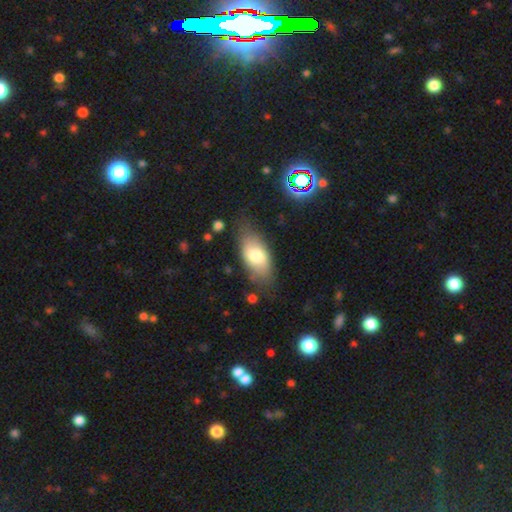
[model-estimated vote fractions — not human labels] This appears to be a smooth galaxy with no disk features (73%) that is in between round and cigar-shaped (89%). Merging: none (69%).